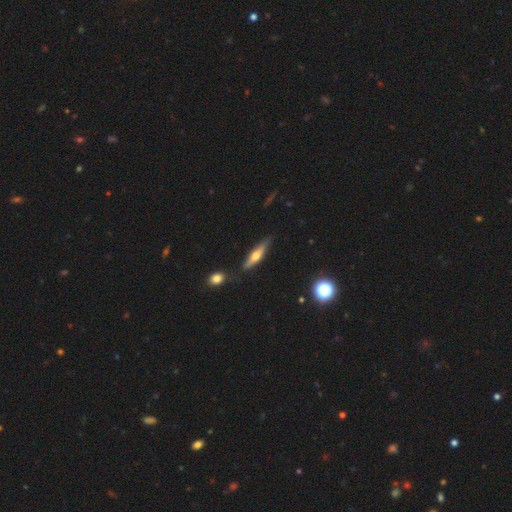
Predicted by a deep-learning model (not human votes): featured or disk 48%, smooth 45%, star or artifact 7%. Down the decision tree: merging — none (79%).